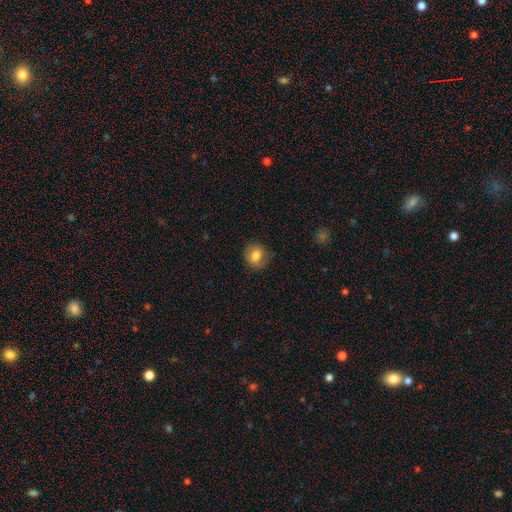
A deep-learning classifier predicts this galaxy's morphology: type=smooth (78%); roundness=round (75%); merging=none (78%).